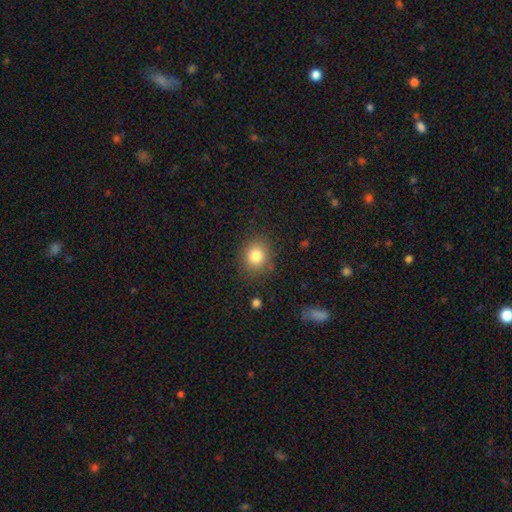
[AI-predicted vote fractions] Smooth or featured? Predicted: smooth (p=0.82). How rounded? Predicted: round (p=0.79). Merging? Predicted: none (p=0.83).